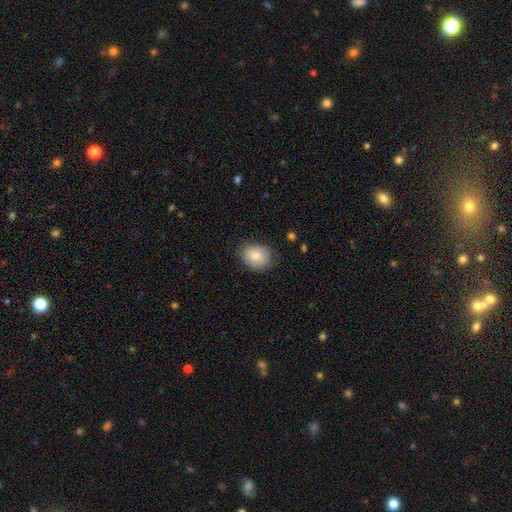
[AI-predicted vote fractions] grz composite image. It shows a smooth galaxy with no disk features (82%) that is in between round and cigar-shaped (52%). Merging: none (76%).